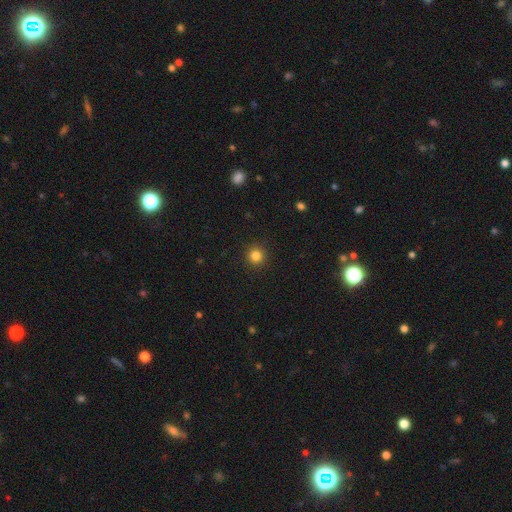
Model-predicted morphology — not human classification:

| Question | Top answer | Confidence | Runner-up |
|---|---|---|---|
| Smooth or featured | smooth | 83% | star or artifact (13%) |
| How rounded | round | 95% | in between (4%) |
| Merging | none | 92% | minor disturbance (5%) |